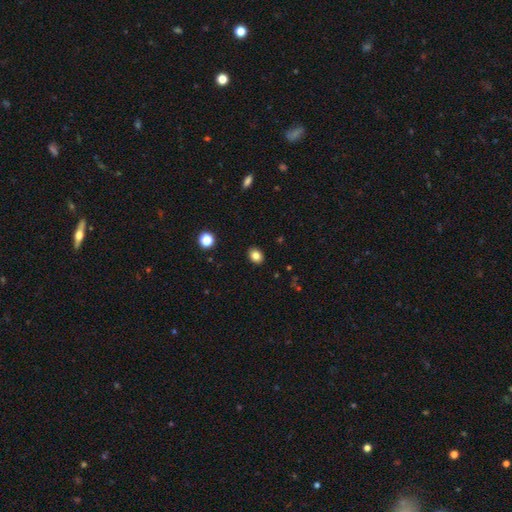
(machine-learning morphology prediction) smooth 84%, star or artifact 10%, featured or disk 6%. Down the decision tree: how rounded — in between (61%); merging — none (90%).